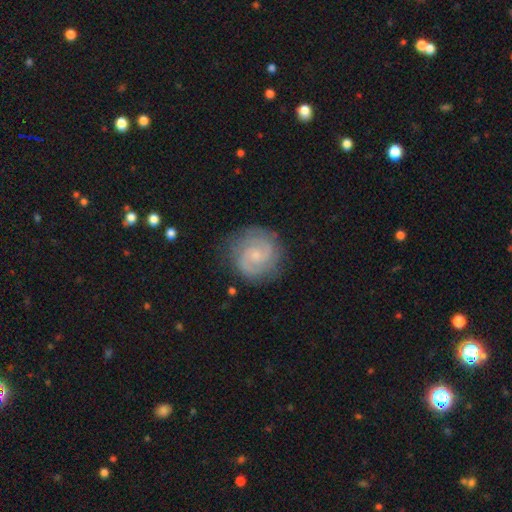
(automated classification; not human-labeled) Smooth or featured? featured or disk (83%)
Edge-on disk? no (98%)
Bar? no (59%)
Spiral arms? yes (97%)
Spiral winding? tight (52%)
Spiral arm count? 2 (82%)
Bulge size? small (69%)
Merging? none (82%)